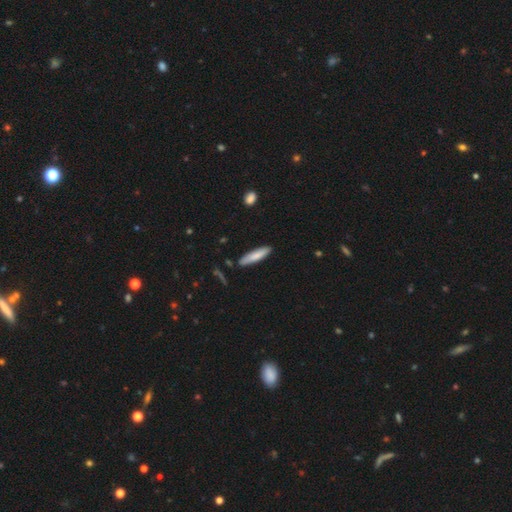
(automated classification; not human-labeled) Smooth or featured? Predicted: smooth (p=0.81). How rounded? Predicted: cigar-shaped (p=0.80). Merging? Predicted: none (p=0.86).